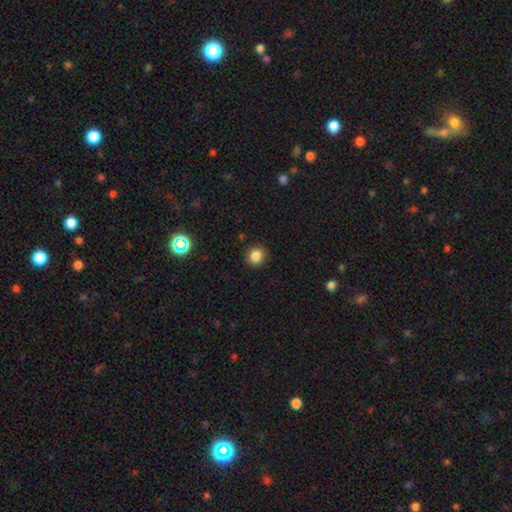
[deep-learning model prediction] A smooth galaxy with no disk features (84%) that is round (88%).

Vote fractions:
- Smooth or featured? smooth: 84% / star or artifact: 12% / featured or disk: 4%
- How rounded? round: 88% / in between: 11% / cigar-shaped: 1%
- Merging? none: 89% / minor disturbance: 8% / major disturbance: 2% / merger: 1%